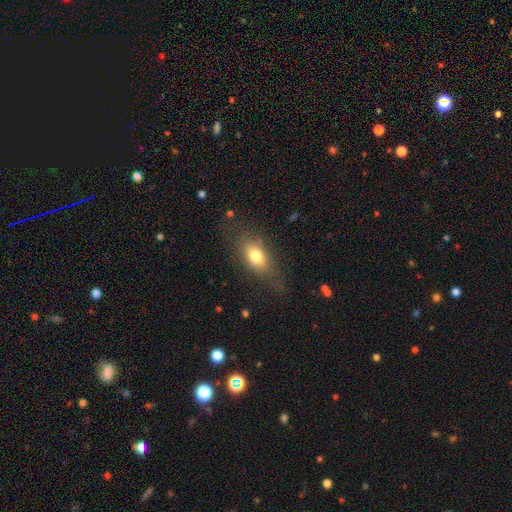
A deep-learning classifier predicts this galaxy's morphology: This appears to be a smooth galaxy with no disk features (74%) that is in between round and cigar-shaped (79%). Merging: none (65%).